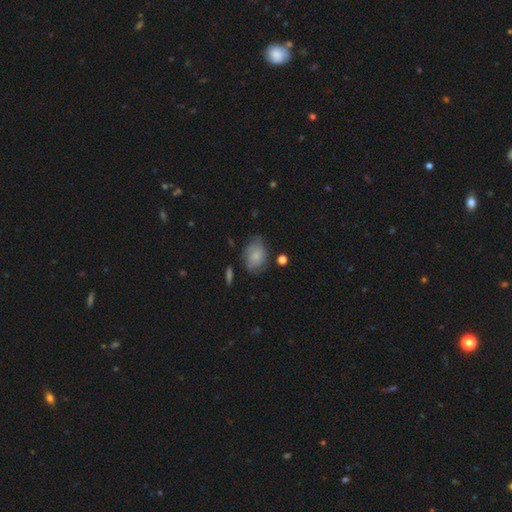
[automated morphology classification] This appears to be a smooth galaxy with no disk features (58%) that is in between round and cigar-shaped (63%). Merging: none (58%).